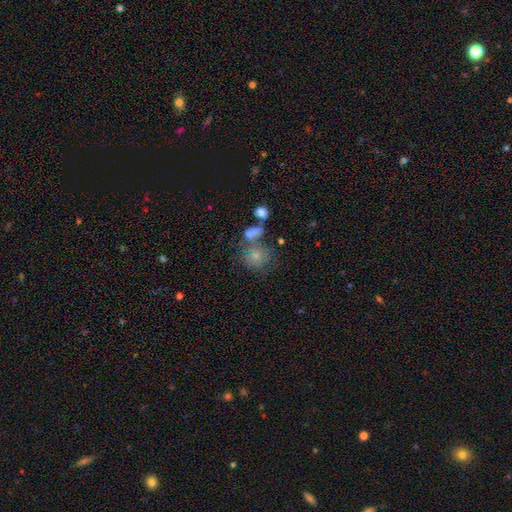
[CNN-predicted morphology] A smooth galaxy with no disk features (70%) that is round (73%).

Vote fractions:
- Smooth or featured? smooth: 70% / featured or disk: 17% / star or artifact: 12%
- How rounded? round: 73% / in between: 26% / cigar-shaped: 1%
- Merging? none: 44% / merger: 29% / minor disturbance: 15% / major disturbance: 12%